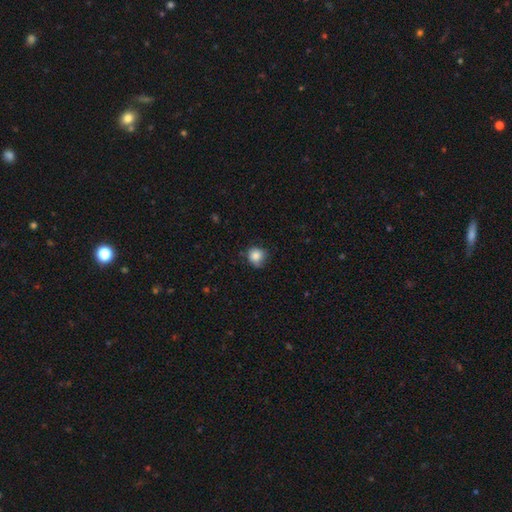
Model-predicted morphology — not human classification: smooth_or_featured: smooth (p=0.84) [alt: star or artifact p=0.09]
how_rounded: round (p=0.88) [alt: in between p=0.11]
merging: none (p=0.65) [alt: minor disturbance p=0.27]